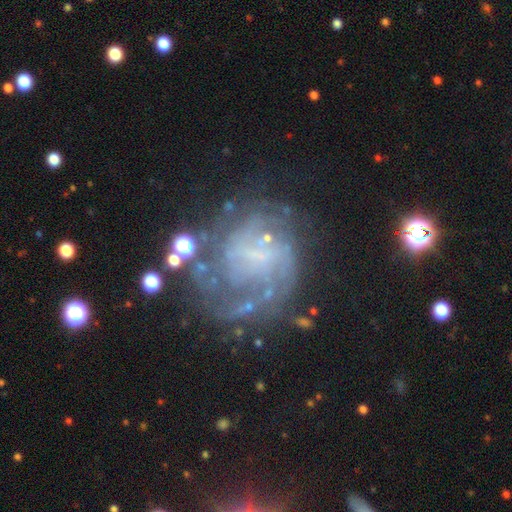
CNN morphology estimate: A featured or disk galaxy (72%) with no bar (53%), tight (39%) spiral arms (73%) and no central bulge (57%). Merging: none (51%).